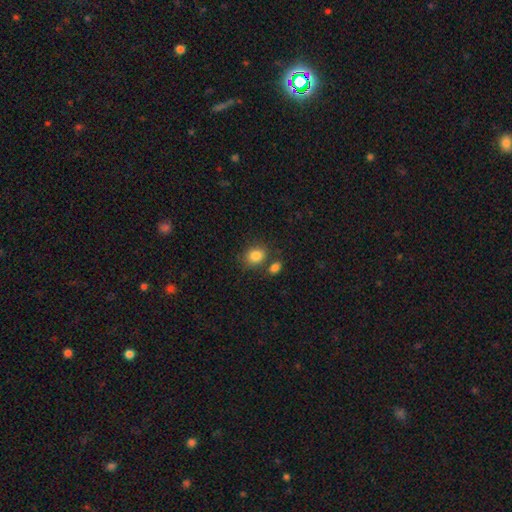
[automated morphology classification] Smooth or featured? Predicted: smooth (p=0.85). How rounded? Predicted: round (p=0.55). Merging? Predicted: none (p=0.67).